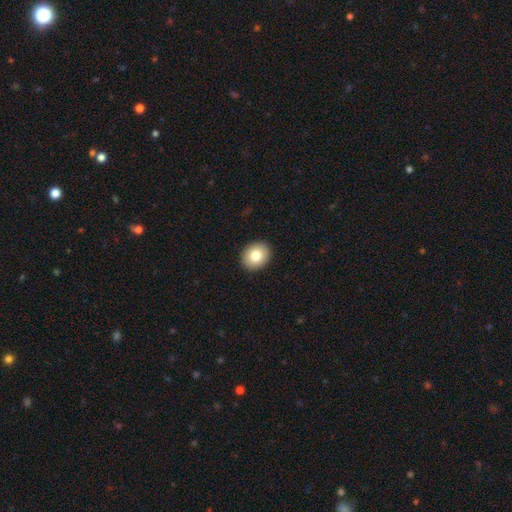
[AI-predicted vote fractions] smooth-or-featured: smooth: 81% | featured or disk: 11% | star or artifact: 8%
  how-rounded: round: 58% | in between: 42% | cigar-shaped: 1%
  merging: none: 92% | minor disturbance: 6% | major disturbance: 2% | merger: 1%